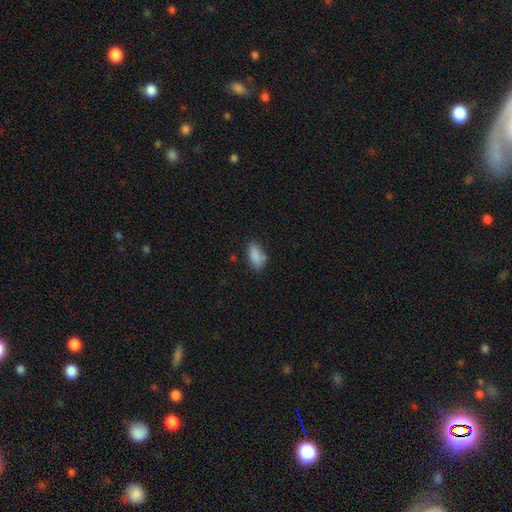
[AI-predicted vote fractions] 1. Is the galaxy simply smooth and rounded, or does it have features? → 86% smooth, 8% star or artifact, 6% featured or disk.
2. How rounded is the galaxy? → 87% in between, 11% cigar-shaped, 3% round.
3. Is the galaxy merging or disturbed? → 69% none, 21% minor disturbance, 6% merger, 5% major disturbance.